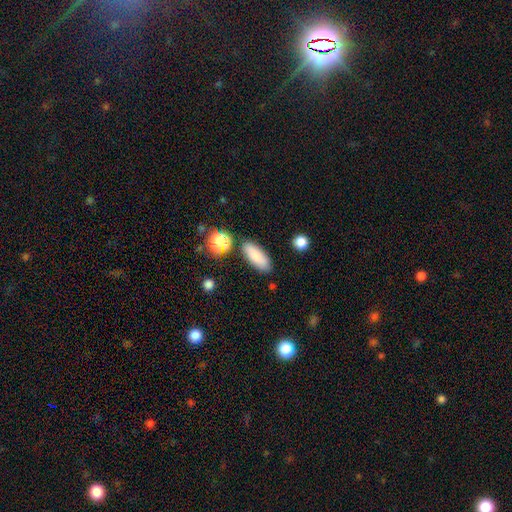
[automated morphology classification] Smooth or featured: smooth — 81% (featured or disk — 11%)
How rounded: in between — 74% (cigar-shaped — 22%)
Merging: none — 82% (minor disturbance — 11%)